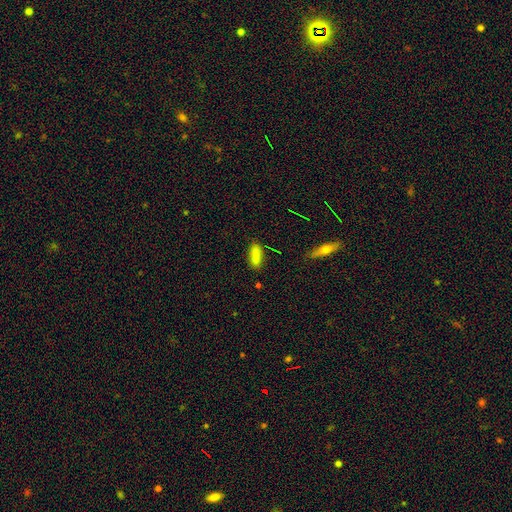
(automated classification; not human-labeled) Morphology: type=smooth (84%); roundness=in between (63%); merging=none (78%).